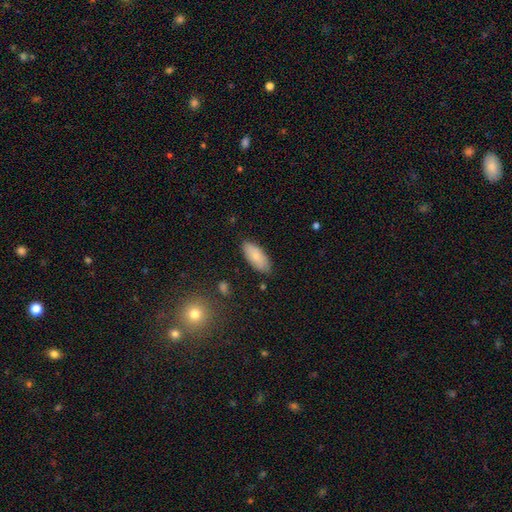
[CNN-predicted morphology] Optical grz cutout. It shows a smooth galaxy with no disk features (80%) that is in between round and cigar-shaped (87%). Merging: none (85%).